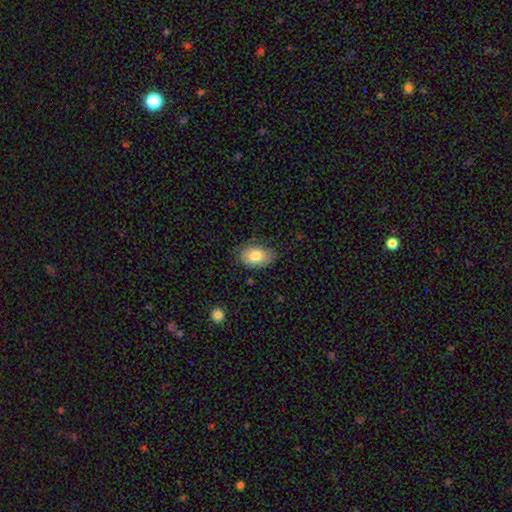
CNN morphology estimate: This appears to be a smooth galaxy with no disk features (80%) that is in between round and cigar-shaped (88%). Merging: none (78%).